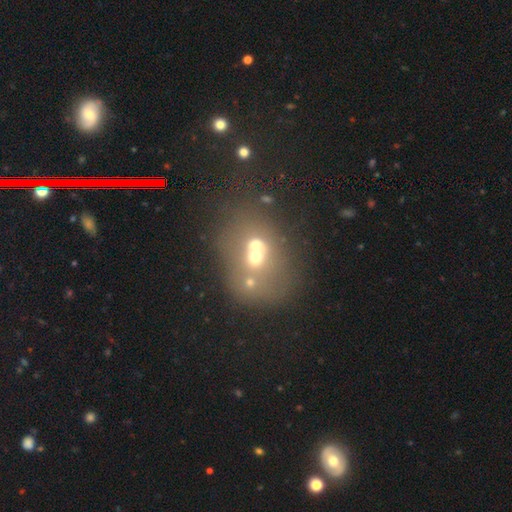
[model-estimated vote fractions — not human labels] Smooth or featured? smooth (49%)
Merging? merger (62%)